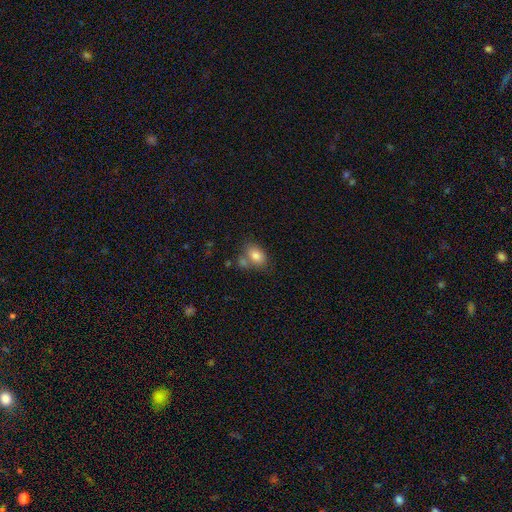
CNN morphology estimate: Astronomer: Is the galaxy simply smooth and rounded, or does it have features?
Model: smooth — 82%.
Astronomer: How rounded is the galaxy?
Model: in between — 80%.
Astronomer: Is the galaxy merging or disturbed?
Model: none — 53%.